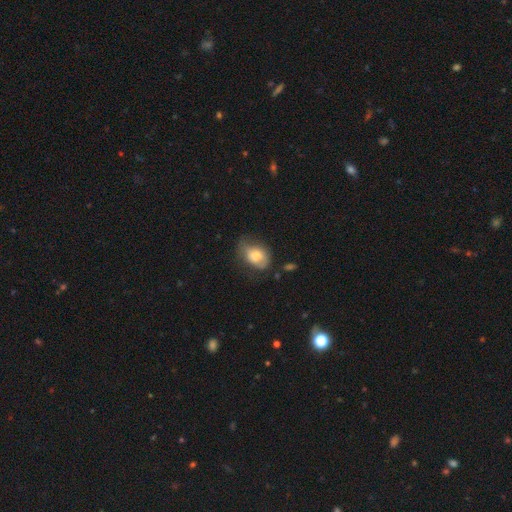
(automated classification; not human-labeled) This is likely a smooth galaxy (71%). How rounded: likely in between (75%). Merging: possibly none (48%).